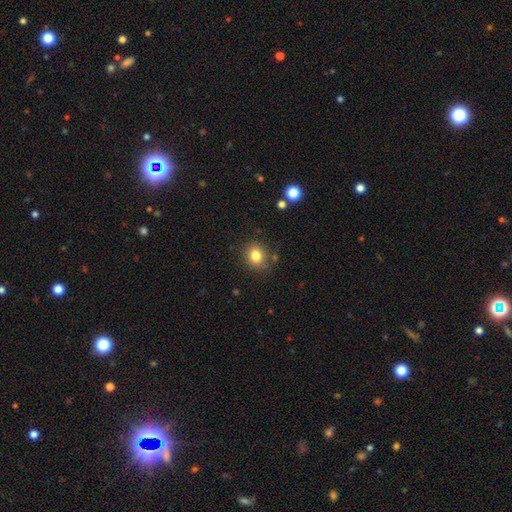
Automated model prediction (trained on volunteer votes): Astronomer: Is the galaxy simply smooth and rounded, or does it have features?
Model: smooth — 81%.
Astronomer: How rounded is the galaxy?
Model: round — 73%.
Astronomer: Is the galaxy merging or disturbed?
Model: none — 83%.